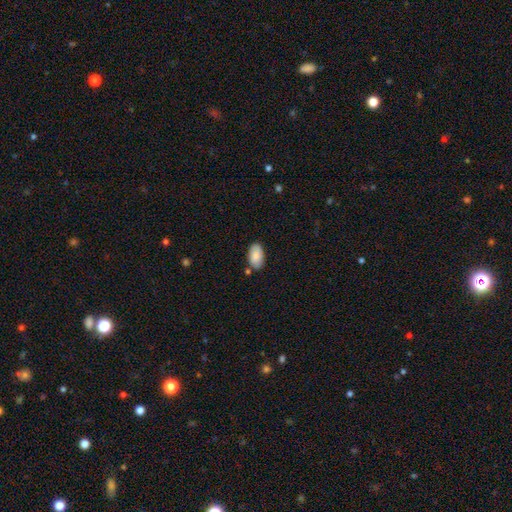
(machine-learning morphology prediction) smooth 85%, featured or disk 9%, star or artifact 6%. Down the decision tree: how rounded — in between (95%); merging — none (79%).